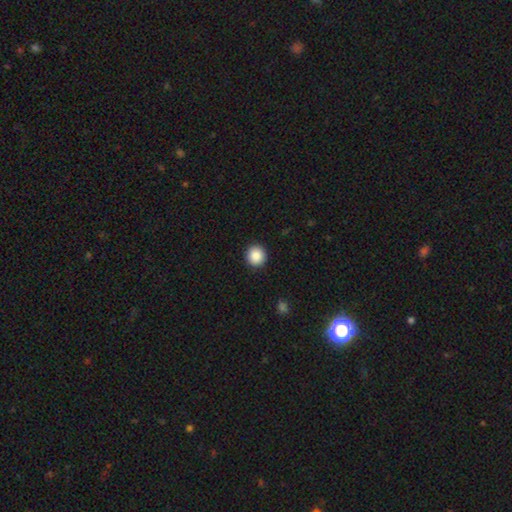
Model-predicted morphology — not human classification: type=smooth (88%); roundness=round (93%); merging=none (92%).